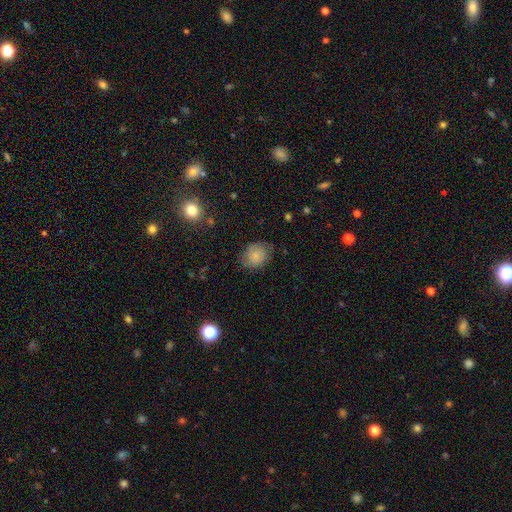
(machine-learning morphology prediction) A smooth galaxy with no disk features (81%) that is round (58%). Merging: none (74%).